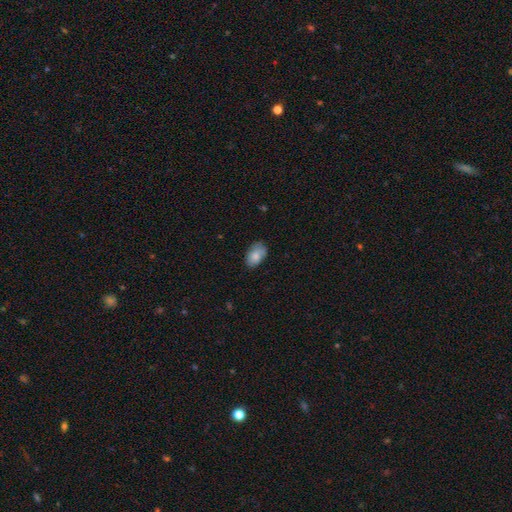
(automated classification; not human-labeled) This appears to be a smooth galaxy with no disk features (81%) that is in between round and cigar-shaped (90%). Merging: none (73%).